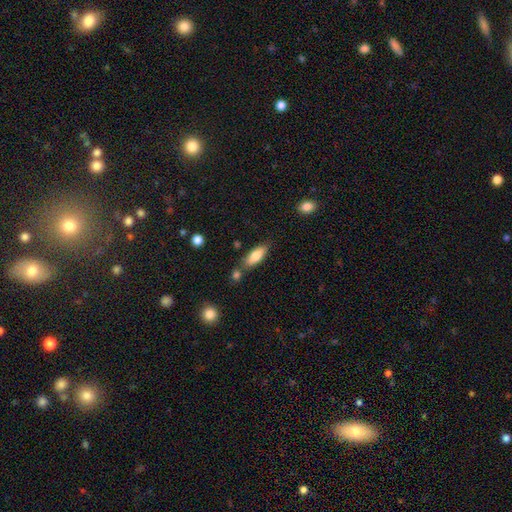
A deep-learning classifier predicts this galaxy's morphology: This is likely a smooth galaxy (75%). How rounded: likely in between (69%). Merging: likely none (66%).